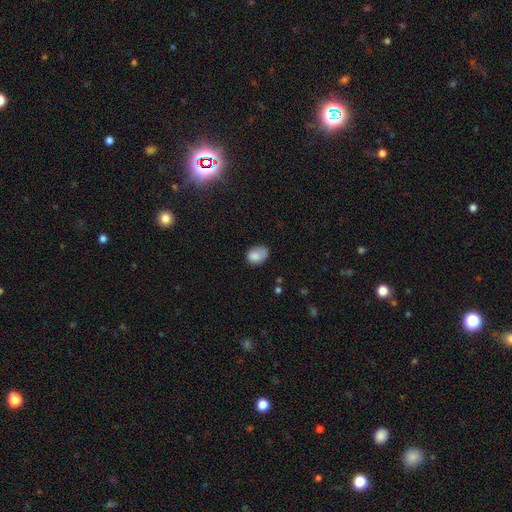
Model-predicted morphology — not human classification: The model was most divided on "merging": none: 52%, minor disturbance: 33%, major disturbance: 12%, merger: 3%. More confident: smooth or featured — smooth (81%); how rounded — in between (70%).